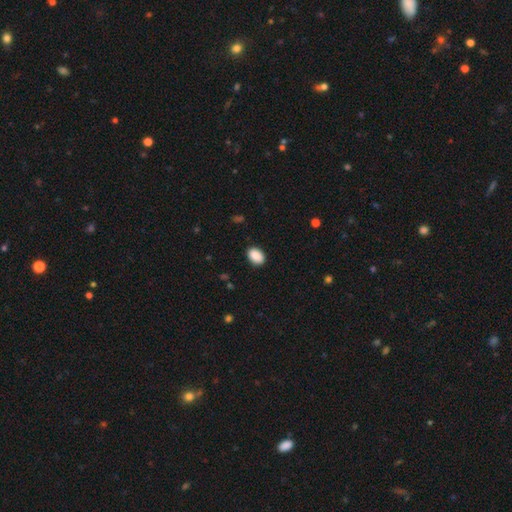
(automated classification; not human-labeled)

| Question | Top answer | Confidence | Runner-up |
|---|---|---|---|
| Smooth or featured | smooth | 90% | star or artifact (7%) |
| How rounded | in between | 86% | round (13%) |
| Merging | none | 89% | minor disturbance (8%) |